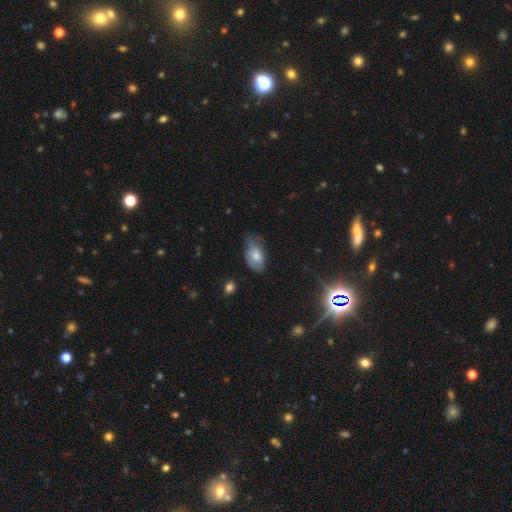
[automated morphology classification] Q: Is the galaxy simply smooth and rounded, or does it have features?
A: smooth — 70%.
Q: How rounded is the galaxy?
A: in between — 92%.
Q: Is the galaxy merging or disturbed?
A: minor disturbance — 44%.